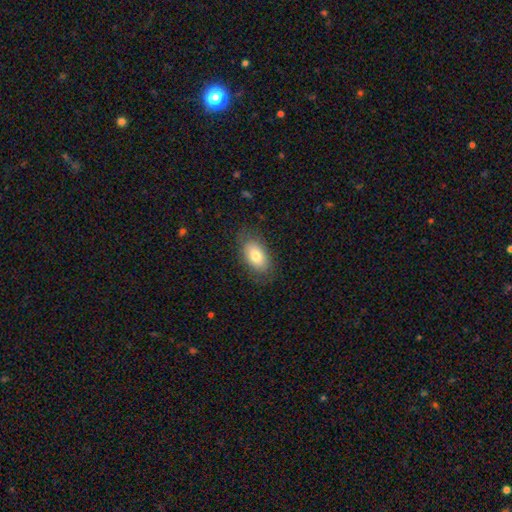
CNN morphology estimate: smooth 77%, featured or disk 16%, star or artifact 7%. Down the decision tree: how rounded — in between (92%); merging — none (78%).